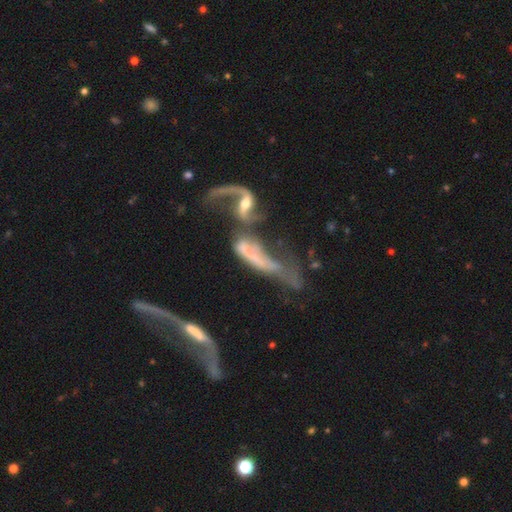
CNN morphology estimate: A featured or disk galaxy (71%) with no bar (60%), spiral arms (63%) and no central bulge (34%, tied with small). Merging: merger (68%).